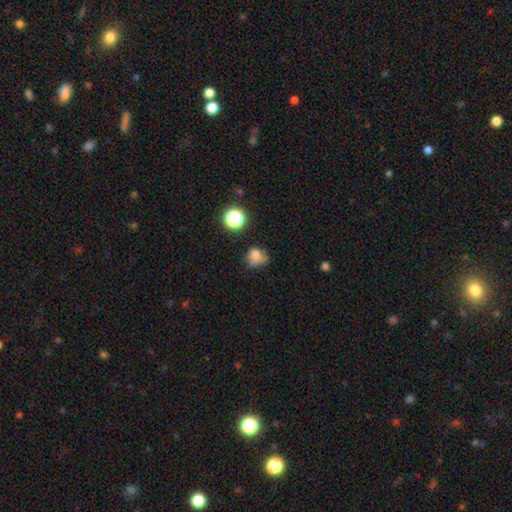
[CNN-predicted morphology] This appears to be a smooth galaxy with no disk features (75%) that is round (66%). Merging: none (45%).